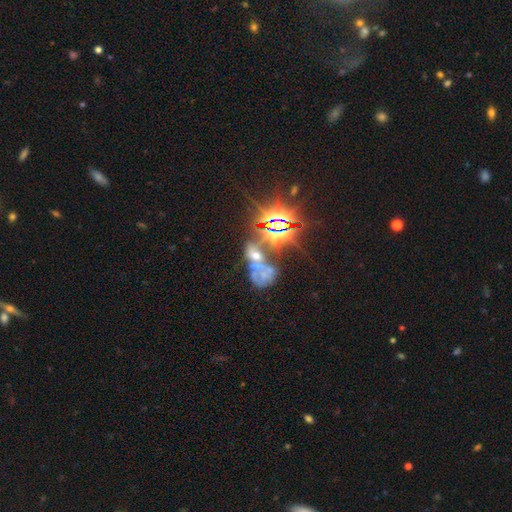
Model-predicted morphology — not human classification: type=star or artifact (43%).